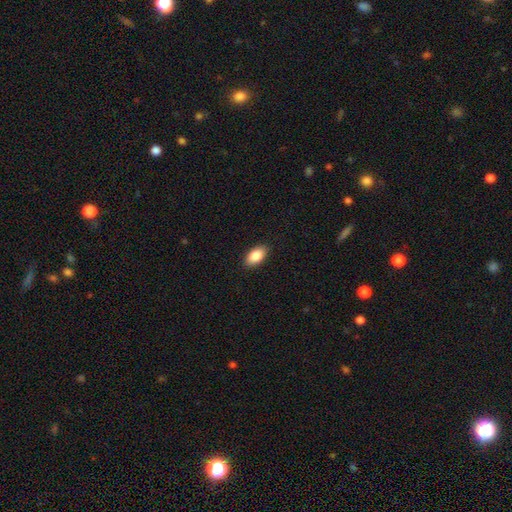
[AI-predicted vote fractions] Smooth or featured?
  - smooth: 87% *
  - star or artifact: 7%
  - featured or disk: 6%
How rounded?
  - in between: 93% *
  - round: 5%
  - cigar-shaped: 2%
Merging?
  - none: 89% *
  - minor disturbance: 8%
  - major disturbance: 2%
  - merger: 1%